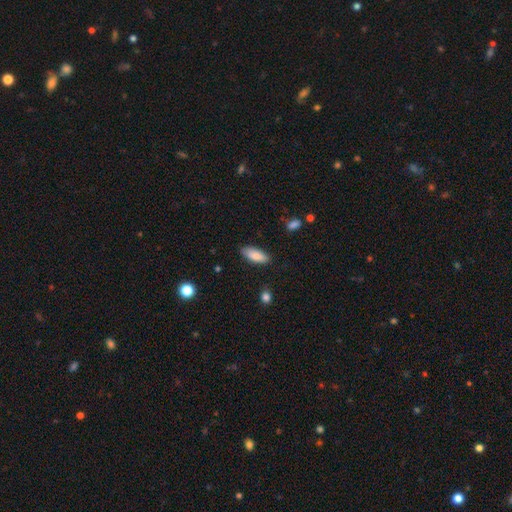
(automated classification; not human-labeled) Morphology: type=smooth (84%); roundness=in between (74%); merging=none (84%).